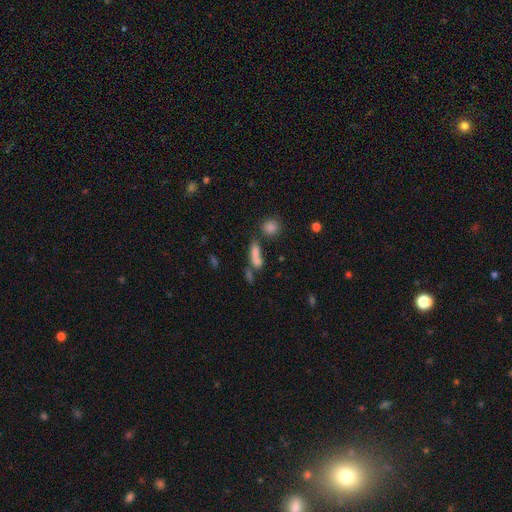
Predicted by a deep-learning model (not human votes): Smooth or featured? smooth (72%)
How rounded? in between (48%)
Merging? none (43%)